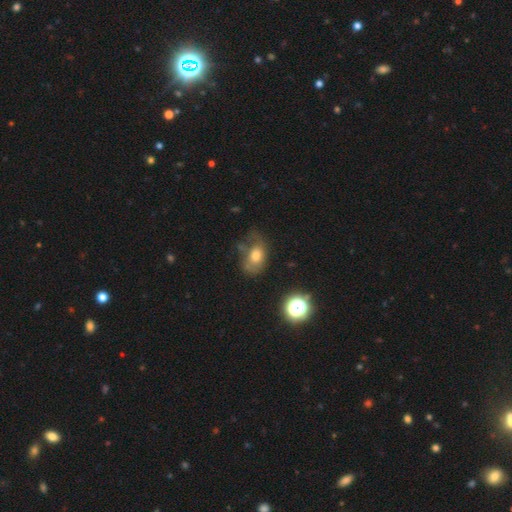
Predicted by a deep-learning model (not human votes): The model was most divided on "merging": none: 34%, major disturbance: 31%, minor disturbance: 30%, merger: 5%. More confident: how rounded — in between (72%); smooth or featured — smooth (60%).